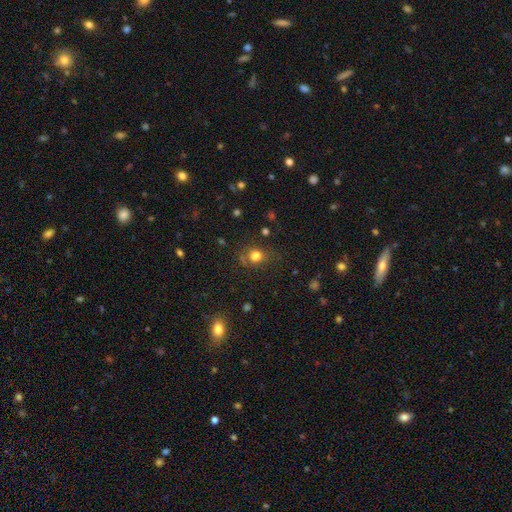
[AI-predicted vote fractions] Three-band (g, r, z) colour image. It shows a smooth galaxy with no disk features (77%) that is round (72%). Merging: none (70%).